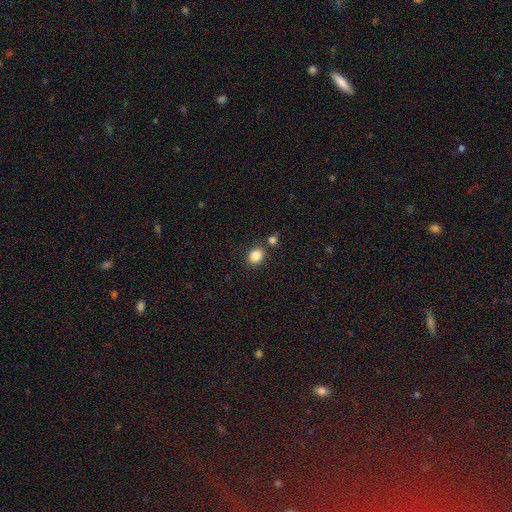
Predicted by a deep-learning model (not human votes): The model was most divided on "how rounded": in between: 58%, round: 41%, cigar-shaped: 1%. More confident: smooth or featured — smooth (86%); merging — none (74%).